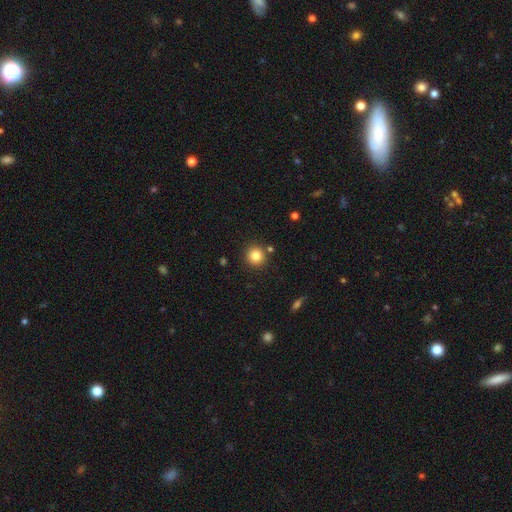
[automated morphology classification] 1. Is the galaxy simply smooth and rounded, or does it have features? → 83% smooth, 11% star or artifact, 6% featured or disk.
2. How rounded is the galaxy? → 94% round, 5% in between, 1% cigar-shaped.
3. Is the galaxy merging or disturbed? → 87% none, 6% minor disturbance, 4% merger, 2% major disturbance.